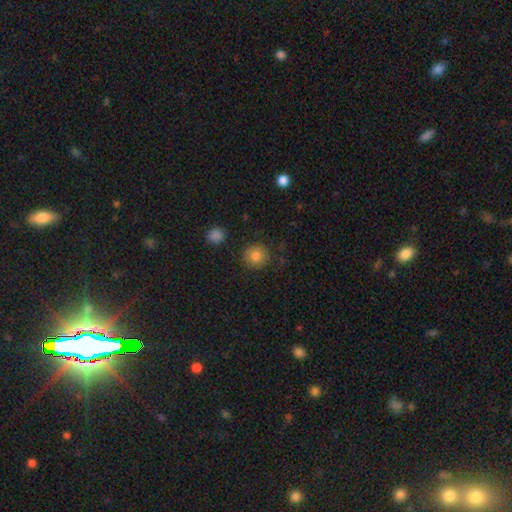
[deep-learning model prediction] A smooth galaxy with no disk features (83%) that is round (90%). Merging: none (86%).